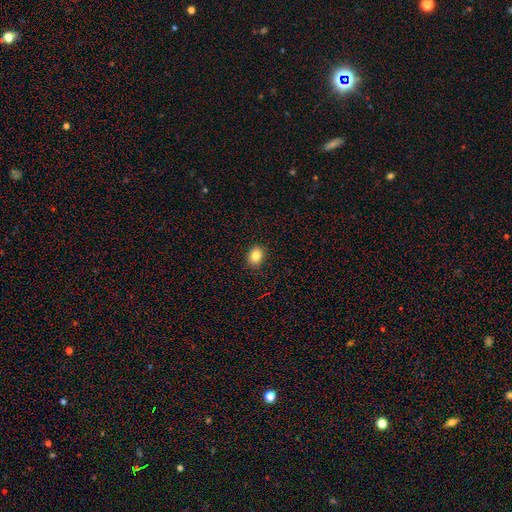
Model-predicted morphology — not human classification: Smooth or featured? smooth (84%)
How rounded? in between (52%)
Merging? none (90%)